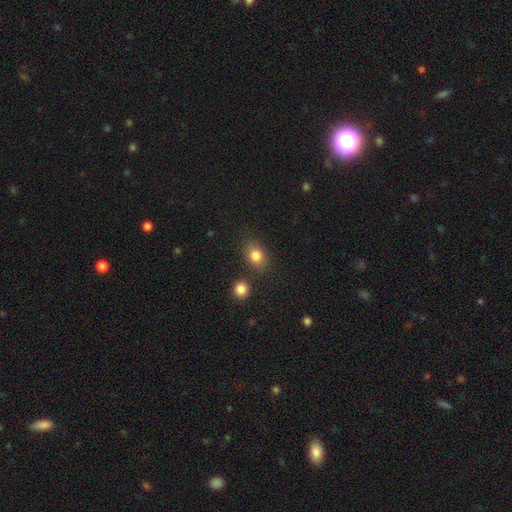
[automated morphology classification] smooth-or-featured: smooth: 82% | star or artifact: 10% | featured or disk: 7%
  how-rounded: in between: 59% | round: 39% | cigar-shaped: 1%
  merging: none: 76% | minor disturbance: 12% | merger: 8% | major disturbance: 4%